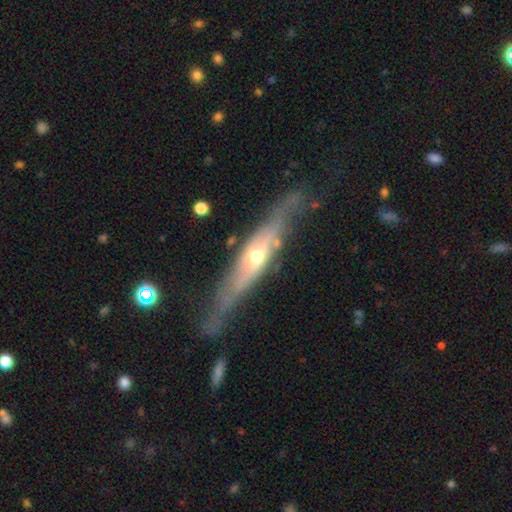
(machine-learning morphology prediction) type=featured or disk (70%); edge-on=yes (80%); edge-on bulge=rounded (87%); merging=none (67%).